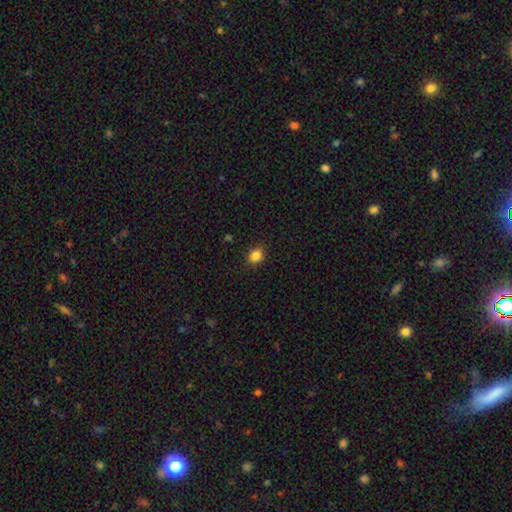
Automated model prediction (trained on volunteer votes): Morphology: type=smooth (85%); roundness=round (55%); merging=none (88%).